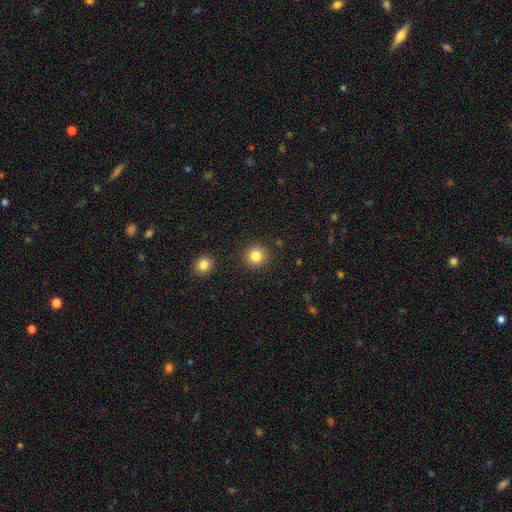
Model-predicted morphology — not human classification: Smooth or featured?
  - smooth: 84% *
  - star or artifact: 11%
  - featured or disk: 5%
How rounded?
  - round: 93% *
  - in between: 6%
  - cigar-shaped: 1%
Merging?
  - none: 90% *
  - minor disturbance: 6%
  - merger: 2%
  - major disturbance: 2%